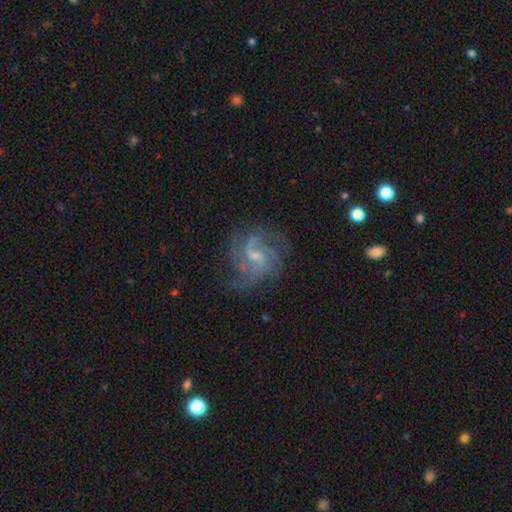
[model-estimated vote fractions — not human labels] A featured or disk galaxy (86%) with a weak bar (58%), 3 (30%) medium (52%) spiral arms (96%) and a small central bulge (56%). Merging: none (68%).